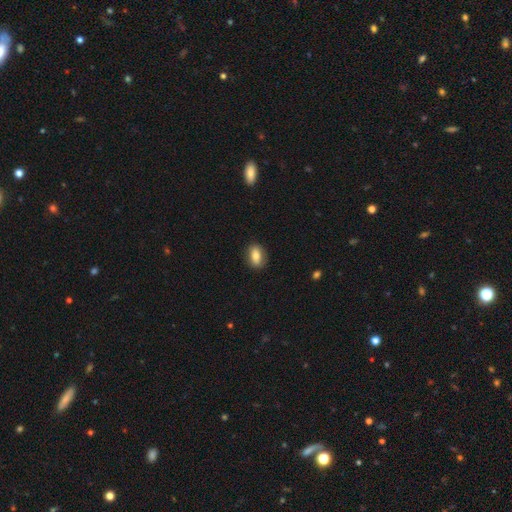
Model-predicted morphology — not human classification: smooth_or_featured: smooth (p=0.78) [alt: featured or disk p=0.15]
how_rounded: in between (p=0.85) [alt: round p=0.11]
merging: none (p=0.84) [alt: minor disturbance p=0.12]